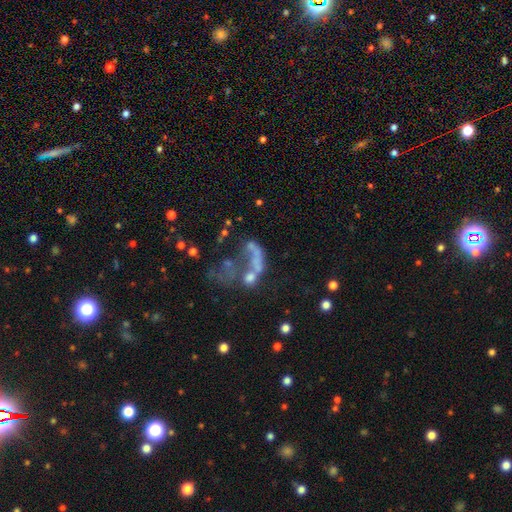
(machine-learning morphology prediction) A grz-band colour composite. It shows a featured or disk galaxy (47%). Merging: merger (42%).